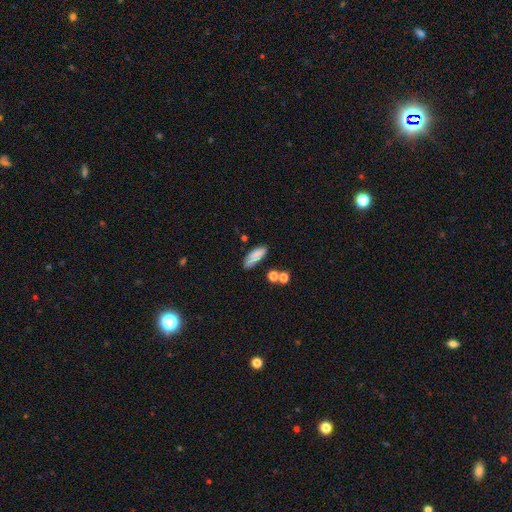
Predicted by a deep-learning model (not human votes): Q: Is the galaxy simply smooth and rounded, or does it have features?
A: smooth — 82%.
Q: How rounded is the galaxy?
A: in between — 61%.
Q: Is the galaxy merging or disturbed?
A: none — 70%.